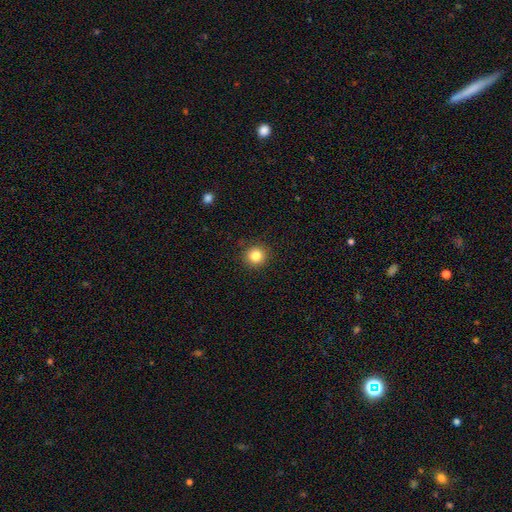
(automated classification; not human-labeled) Smooth or featured? smooth (84%)
How rounded? round (93%)
Merging? none (91%)